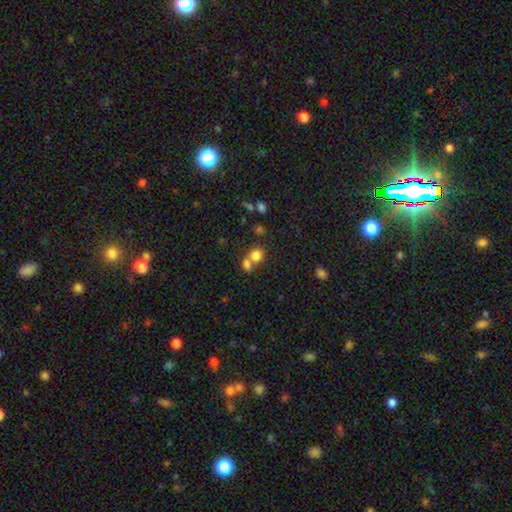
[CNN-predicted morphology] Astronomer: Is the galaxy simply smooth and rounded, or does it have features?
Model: smooth — 79%.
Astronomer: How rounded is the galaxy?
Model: round — 78%.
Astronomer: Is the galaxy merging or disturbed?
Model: merger — 47% (runner-up: none, 43%).